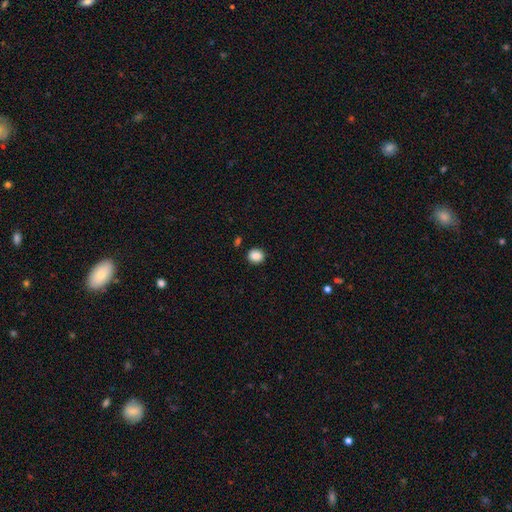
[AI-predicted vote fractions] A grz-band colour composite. It shows a smooth galaxy with no disk features (88%) that is round (72%). Merging: none (87%).